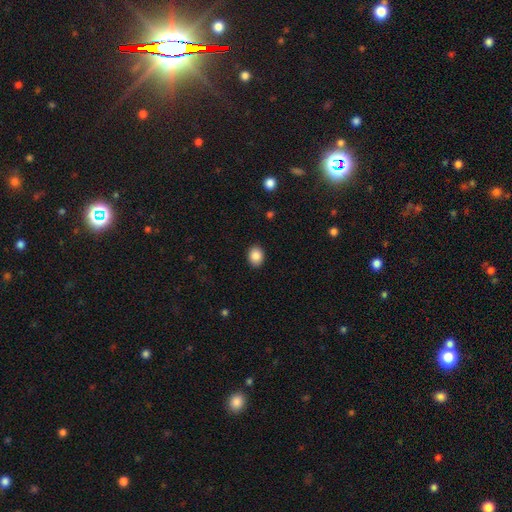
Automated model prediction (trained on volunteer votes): Overall: smooth (87%). How rounded: in between (54%; round 45%). Merging: none (89%).